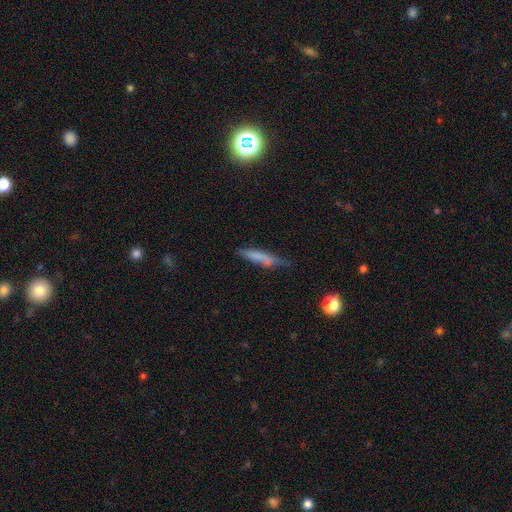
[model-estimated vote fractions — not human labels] Smooth or featured? smooth (68%)
How rounded? cigar-shaped (84%)
Merging? none (60%)